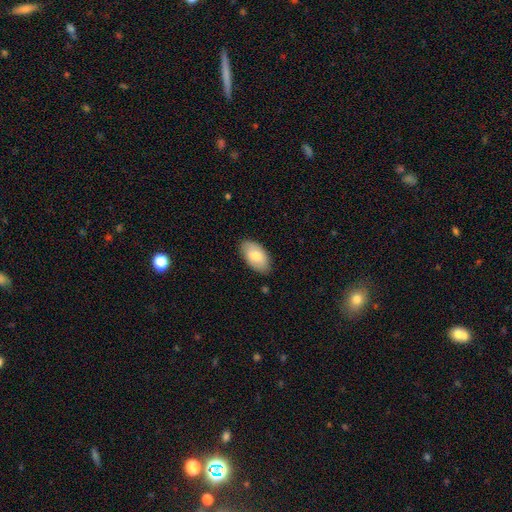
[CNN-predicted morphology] Smooth or featured: smooth — 77% (featured or disk — 17%)
How rounded: in between — 95% (round — 3%)
Merging: none — 84% (minor disturbance — 13%)